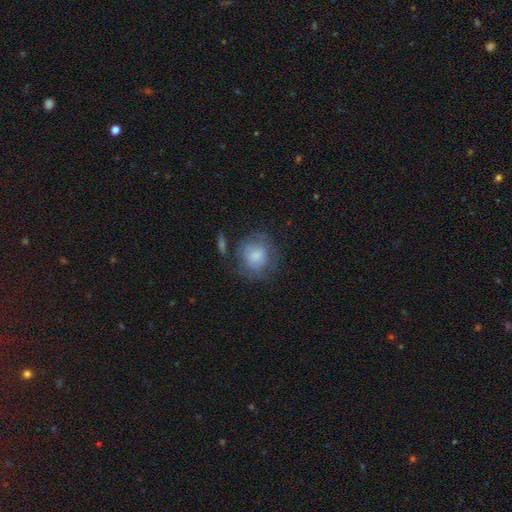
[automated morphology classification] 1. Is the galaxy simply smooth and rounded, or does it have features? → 70% smooth, 21% featured or disk, 8% star or artifact.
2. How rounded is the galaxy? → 81% round, 18% in between, 1% cigar-shaped.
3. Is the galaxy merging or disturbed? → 61% none, 21% minor disturbance, 13% major disturbance, 4% merger.